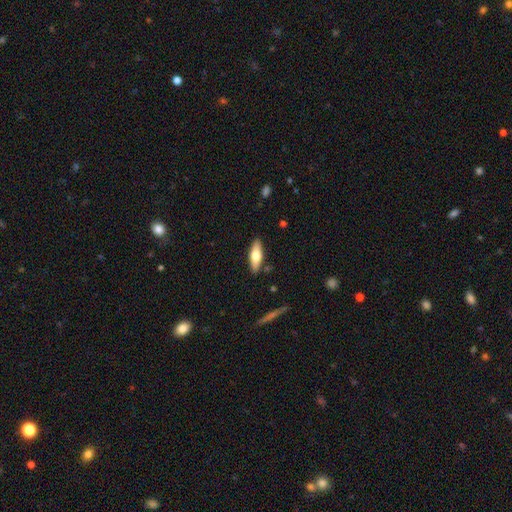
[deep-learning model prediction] Smooth or featured: smooth — 59% (featured or disk — 35%)
How rounded: in between — 52% (cigar-shaped — 45%)
Merging: none — 87% (minor disturbance — 9%)